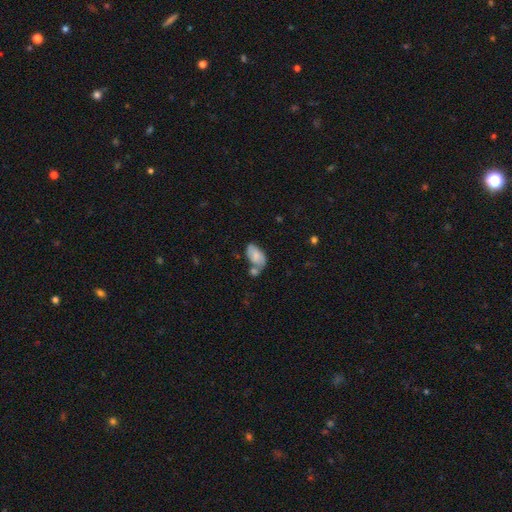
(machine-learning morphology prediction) smooth 71%, featured or disk 22%, star or artifact 8%. Down the decision tree: how rounded — in between (93%); merging — merger (36%).